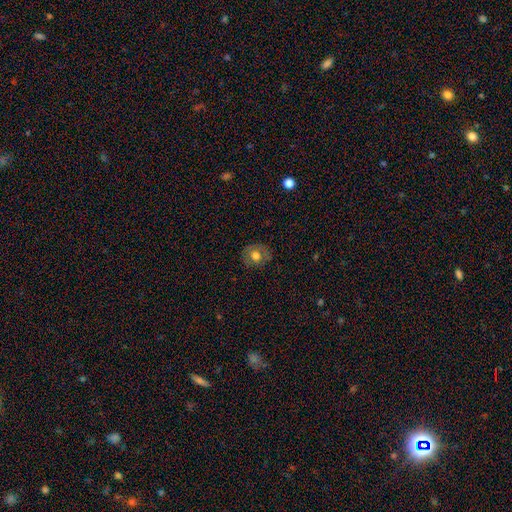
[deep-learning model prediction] A smooth galaxy with no disk features (65%) that is round (76%). Merging: none (77%).